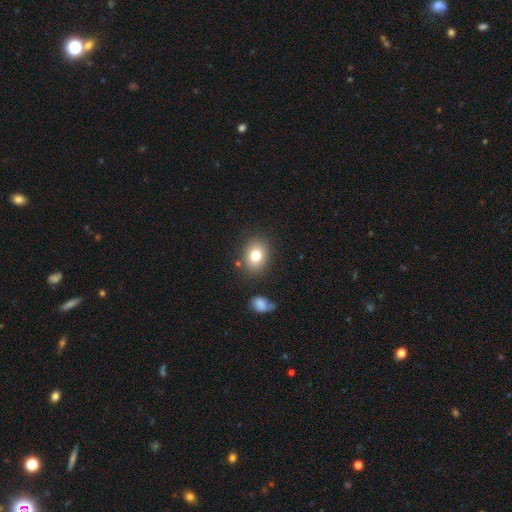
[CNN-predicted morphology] The model was most divided on "how rounded": in between: 55%, round: 44%, cigar-shaped: 1%. More confident: merging — none (82%); smooth or featured — smooth (79%).